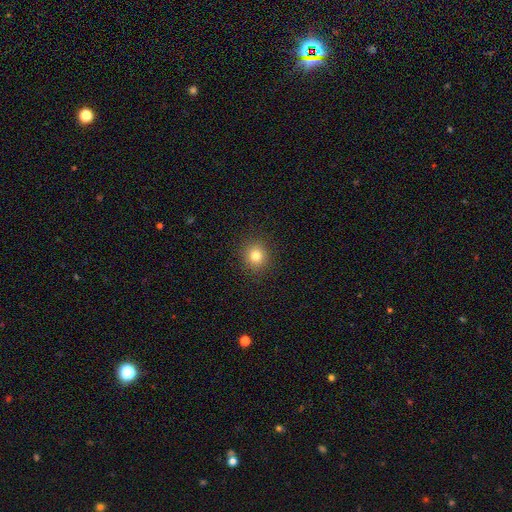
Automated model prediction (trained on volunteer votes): A smooth galaxy with no disk features (80%) that is round (89%).

Vote fractions:
- Smooth or featured? smooth: 80% / star or artifact: 13% / featured or disk: 7%
- How rounded? round: 89% / in between: 10% / cigar-shaped: 1%
- Merging? none: 91% / minor disturbance: 6% / major disturbance: 2% / merger: 1%